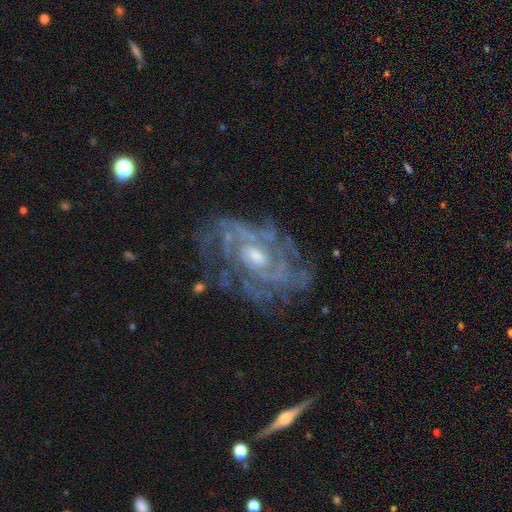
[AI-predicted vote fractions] smooth-or-featured: featured or disk: 87% | star or artifact: 8% | smooth: 5%
  disk-edge-on: no: 96% | yes: 4%
    bar: no: 53% | weak: 37% | strong: 10%
    has-spiral-arms: yes: 94% | no: 6%
      spiral-winding: tight: 61% | medium: 31% | loose: 8%
      spiral-arm-count: can't tell: 36% | 3: 17% | 2: 17% | 4: 15% | more than 4: 8% | 1: 7%
    bulge-size: moderate: 49% | small: 45% | large: 2% | none: 2% | dominant: 1%
  merging: none: 72% | minor disturbance: 17% | major disturbance: 9% | merger: 2%